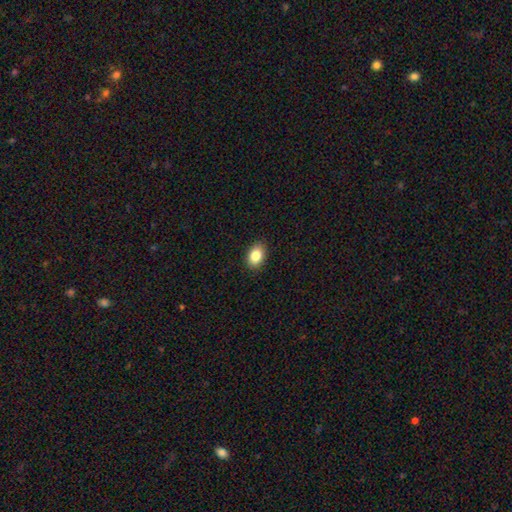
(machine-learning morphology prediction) Smooth or featured? Predicted: smooth (p=0.86). How rounded? Predicted: in between (p=0.82). Merging? Predicted: none (p=0.89).